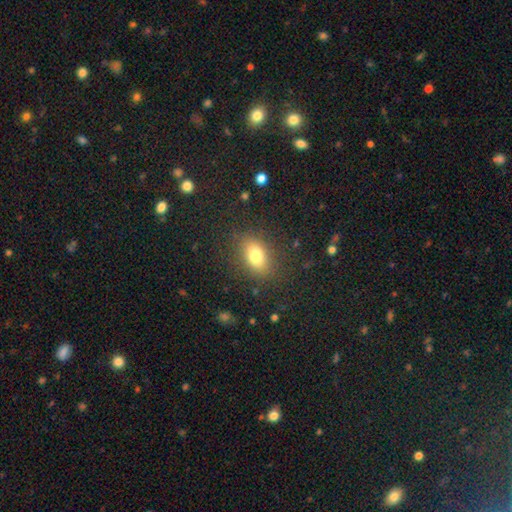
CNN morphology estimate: Smooth or featured? smooth (78%)
How rounded? in between (80%)
Merging? none (83%)